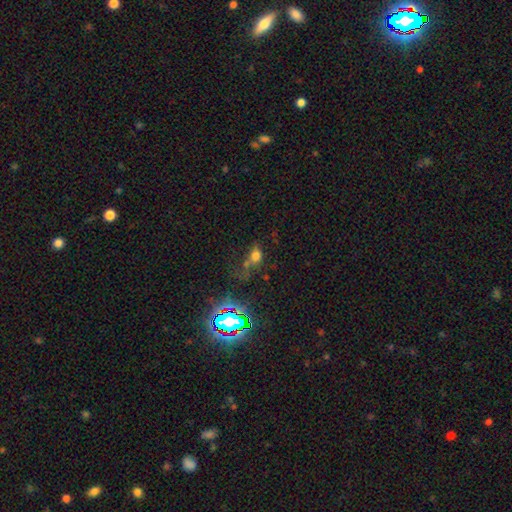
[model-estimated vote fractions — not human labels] Smooth or featured: smooth — 61% (star or artifact — 28%)
How rounded: in between — 57% (round — 40%)
Merging: none — 45% (merger — 21%)